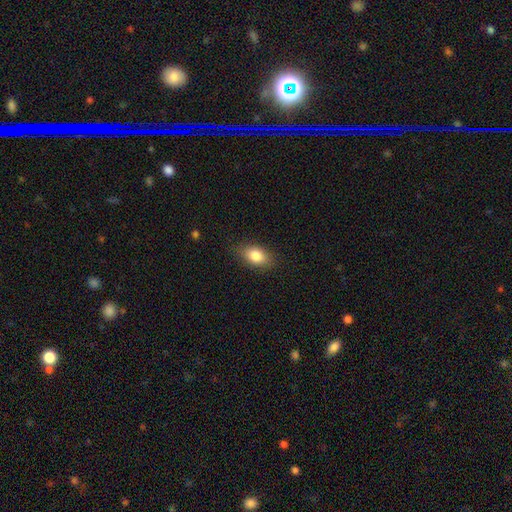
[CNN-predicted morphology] Smooth or featured?
  - smooth: 83% *
  - featured or disk: 9%
  - star or artifact: 8%
How rounded?
  - in between: 87% *
  - round: 10%
  - cigar-shaped: 3%
Merging?
  - none: 85% *
  - minor disturbance: 11%
  - major disturbance: 3%
  - merger: 1%